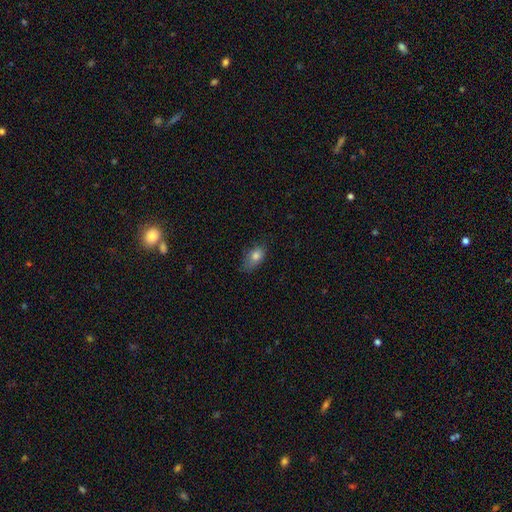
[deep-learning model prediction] This appears to be a smooth galaxy with no disk features (80%) that is in between round and cigar-shaped (84%). Merging: none (58%).